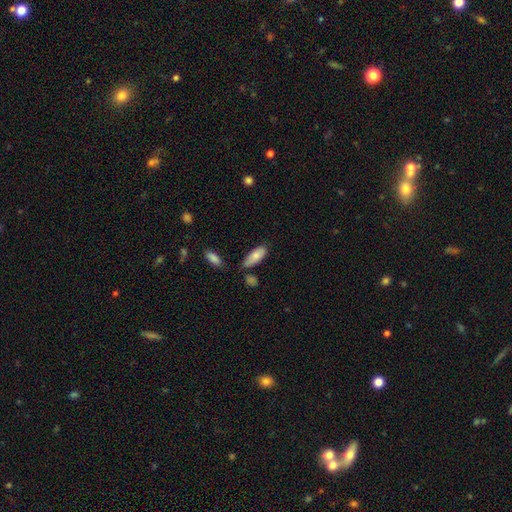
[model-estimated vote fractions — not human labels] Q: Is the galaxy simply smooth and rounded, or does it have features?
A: smooth — 80%.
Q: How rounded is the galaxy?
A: in between — 78%.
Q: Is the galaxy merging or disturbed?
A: none — 65%.